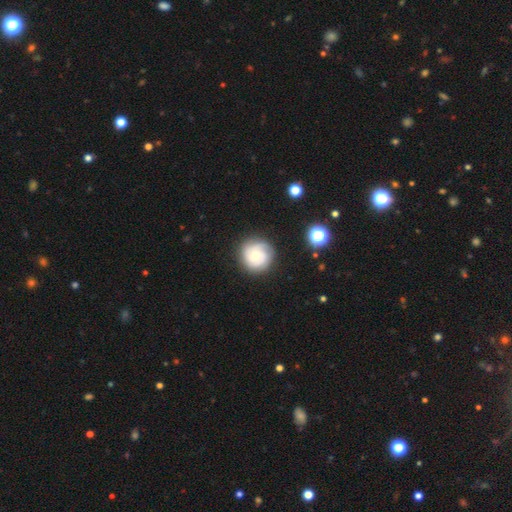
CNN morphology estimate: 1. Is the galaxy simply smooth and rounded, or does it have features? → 63% featured or disk, 30% smooth, 7% star or artifact.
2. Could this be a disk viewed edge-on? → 98% no, 2% yes.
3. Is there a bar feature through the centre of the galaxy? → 75% no, 21% weak, 4% strong.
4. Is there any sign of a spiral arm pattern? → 90% yes, 10% no.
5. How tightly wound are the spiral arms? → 64% tight, 28% medium, 8% loose.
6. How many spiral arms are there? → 32% 2, 28% can't tell, 25% 3, 7% 1, 5% 4, 4% more than 4.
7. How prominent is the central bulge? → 54% moderate, 39% small, 4% large, 2% none, 1% dominant.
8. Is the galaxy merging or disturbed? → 80% none, 14% minor disturbance, 5% major disturbance, 2% merger.